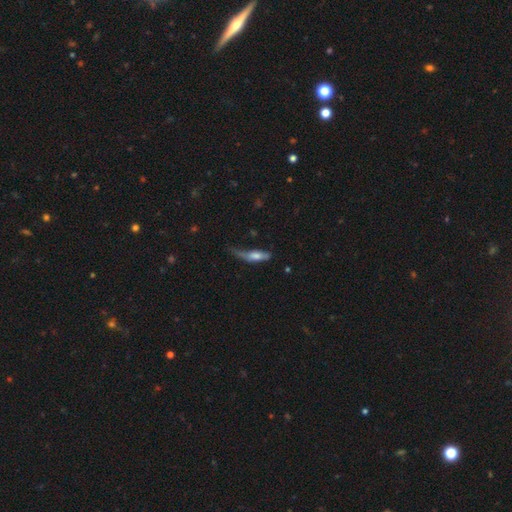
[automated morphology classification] smooth_or_featured: smooth (p=0.60) [alt: featured or disk p=0.32]
how_rounded: cigar-shaped (p=0.57) [alt: in between p=0.40]
merging: minor disturbance (p=0.35) [alt: major disturbance p=0.31]